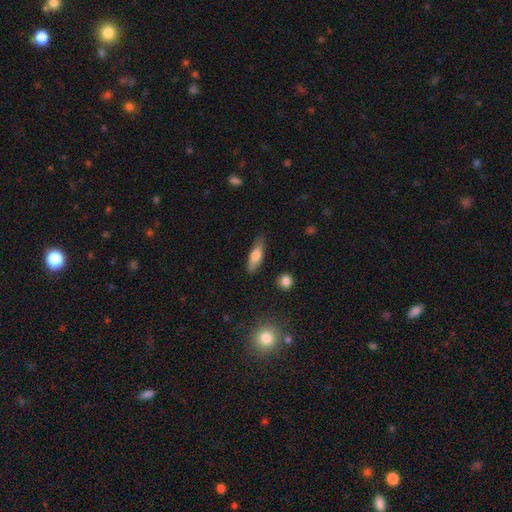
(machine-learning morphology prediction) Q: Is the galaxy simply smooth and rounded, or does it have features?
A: smooth — 72%.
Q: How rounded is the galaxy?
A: in between — 49%.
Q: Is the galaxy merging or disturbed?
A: none — 79%.